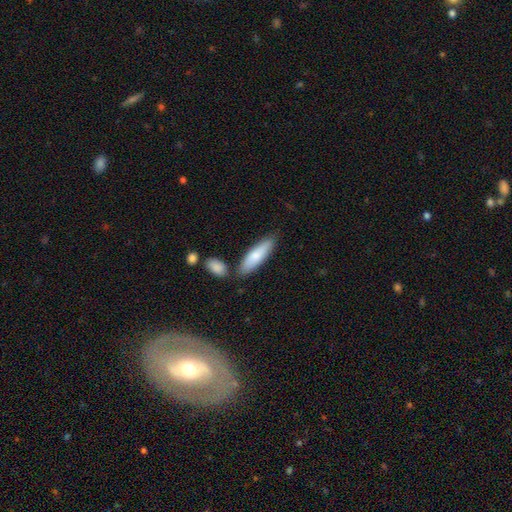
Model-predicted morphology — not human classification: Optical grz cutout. It shows a smooth galaxy with no disk features (76%) that is cigar-shaped (58%). Merging: none (74%).